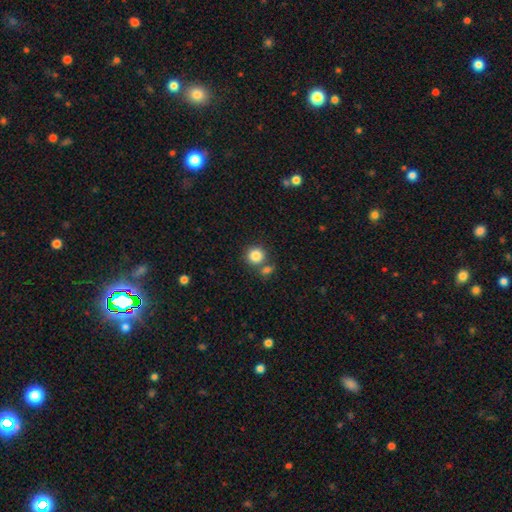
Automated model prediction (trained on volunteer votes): Q: Smooth or featured?
A: smooth (84%); runner-up: star or artifact (10%)
Q: How rounded?
A: round (90%); runner-up: in between (9%)
Q: Merging?
A: none (68%); runner-up: merger (20%)